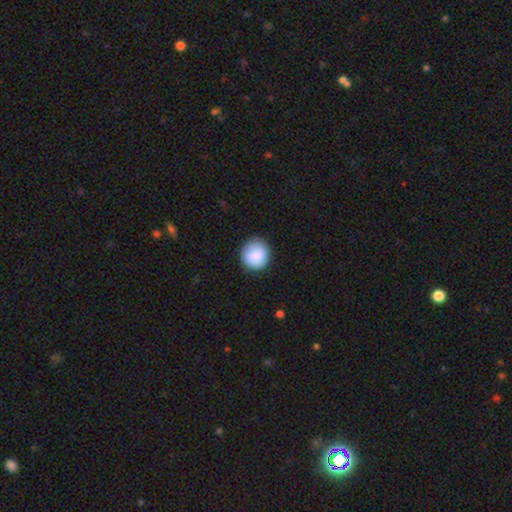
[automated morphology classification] smooth-or-featured: smooth: 87% | featured or disk: 7% | star or artifact: 7%
  how-rounded: round: 90% | in between: 9% | cigar-shaped: 1%
  merging: none: 85% | minor disturbance: 11% | major disturbance: 3% | merger: 1%